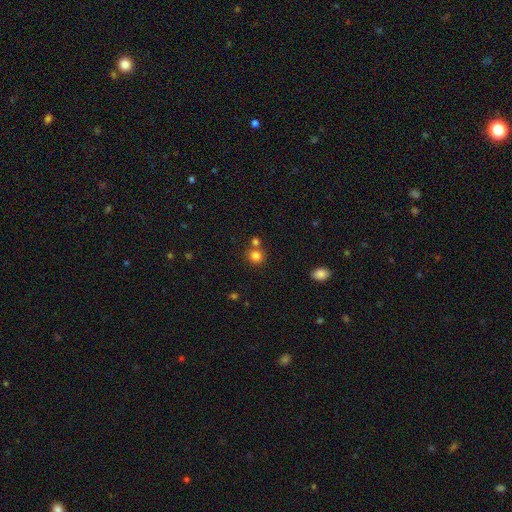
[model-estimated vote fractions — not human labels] smooth_or_featured: smooth (p=0.82) [alt: star or artifact p=0.12]
how_rounded: round (p=0.88) [alt: in between p=0.11]
merging: none (p=0.67) [alt: merger p=0.23]